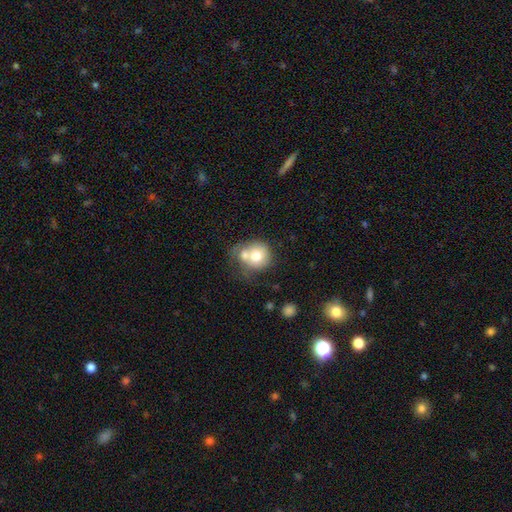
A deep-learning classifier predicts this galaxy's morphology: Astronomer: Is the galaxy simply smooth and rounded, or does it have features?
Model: smooth — 70%.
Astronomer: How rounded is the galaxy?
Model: round — 78%.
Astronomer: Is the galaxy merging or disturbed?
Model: merger — 53% (runner-up: none, 30%).